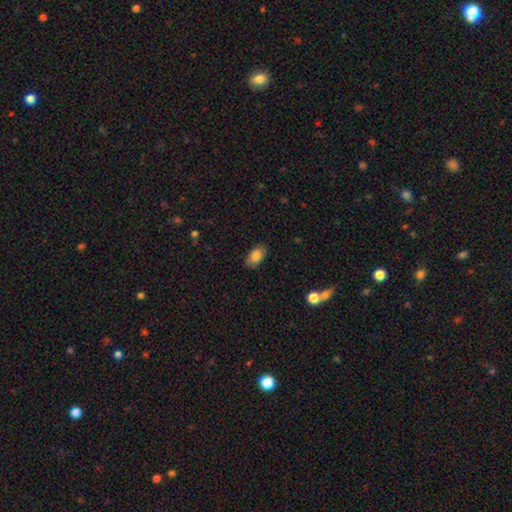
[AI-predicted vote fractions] Overall: smooth (82%). How rounded: in between (92%). Merging: none (82%).